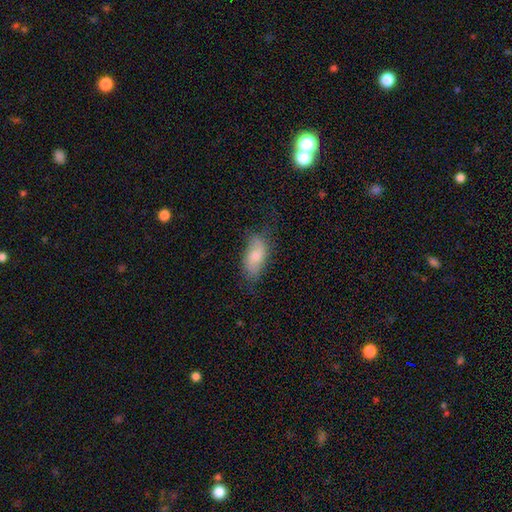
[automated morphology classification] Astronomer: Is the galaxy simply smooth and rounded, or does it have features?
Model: smooth — 70%.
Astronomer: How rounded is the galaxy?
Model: in between — 87%.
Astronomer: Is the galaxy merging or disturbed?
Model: none — 66%.